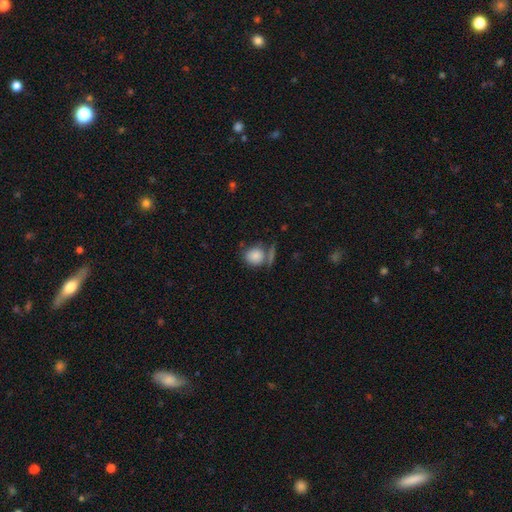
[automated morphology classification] Smooth or featured? Predicted: smooth (p=0.84). How rounded? Predicted: round (p=0.78). Merging? Predicted: none (p=0.56).